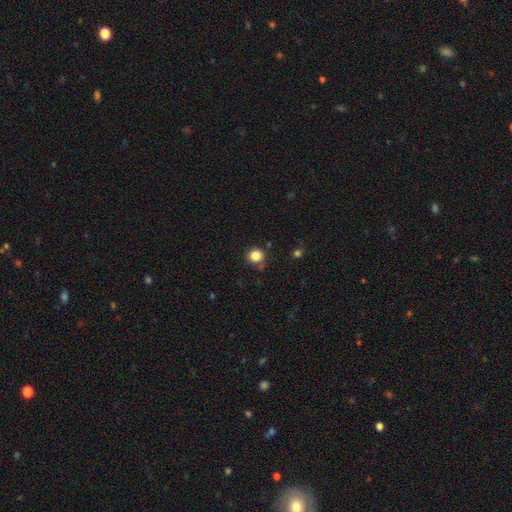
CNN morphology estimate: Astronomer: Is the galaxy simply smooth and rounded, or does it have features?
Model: smooth — 84%.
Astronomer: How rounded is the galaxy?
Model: round — 92%.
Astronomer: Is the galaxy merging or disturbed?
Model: none — 84%.